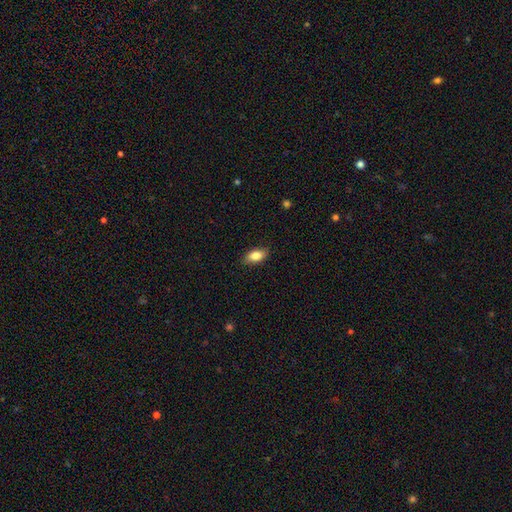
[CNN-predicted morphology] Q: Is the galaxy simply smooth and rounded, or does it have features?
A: smooth — 83%.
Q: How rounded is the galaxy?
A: in between — 89%.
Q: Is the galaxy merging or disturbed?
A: none — 86%.